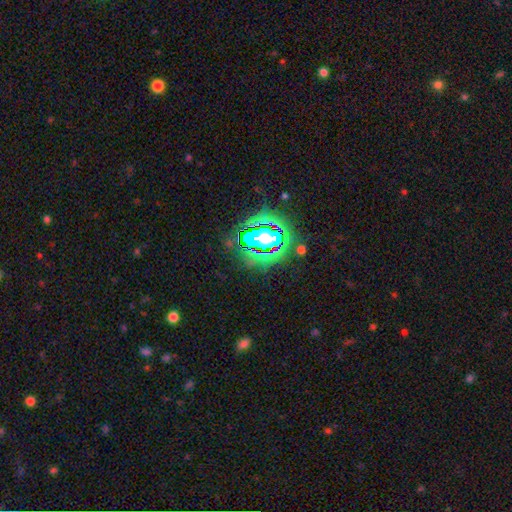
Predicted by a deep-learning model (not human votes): A star or artifact, not a galaxy (80%).

Vote fractions:
- Smooth or featured? star or artifact: 80% / smooth: 12% / featured or disk: 9%